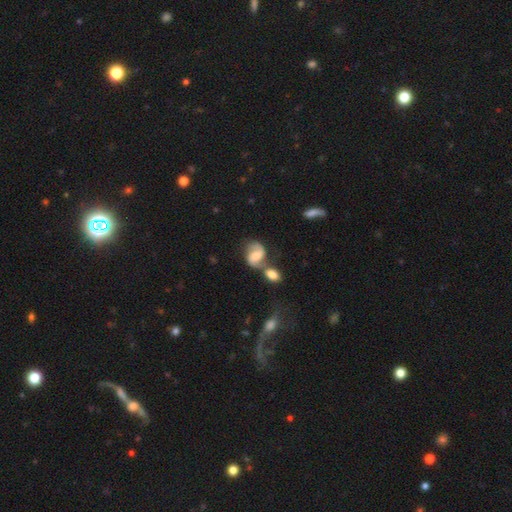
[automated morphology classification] This appears to be a featured or disk galaxy (68%) with no bar (43%), 2 (87%) medium (47%) spiral arms (91%) and a moderate central bulge (57%). Merging: merger (45%).